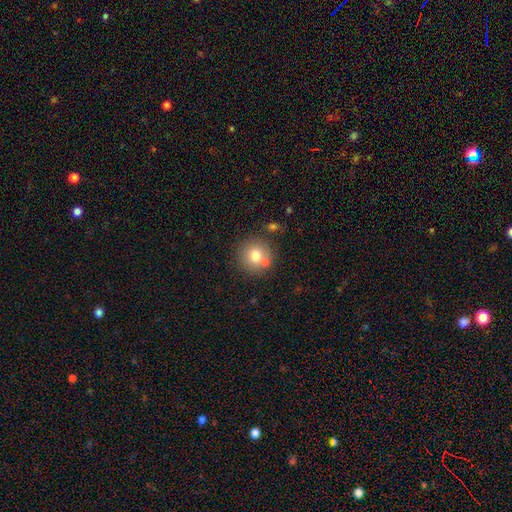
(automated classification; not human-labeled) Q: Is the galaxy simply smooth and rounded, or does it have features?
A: smooth — 75%.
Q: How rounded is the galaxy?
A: round — 93%.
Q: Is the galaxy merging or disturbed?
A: none — 72%.